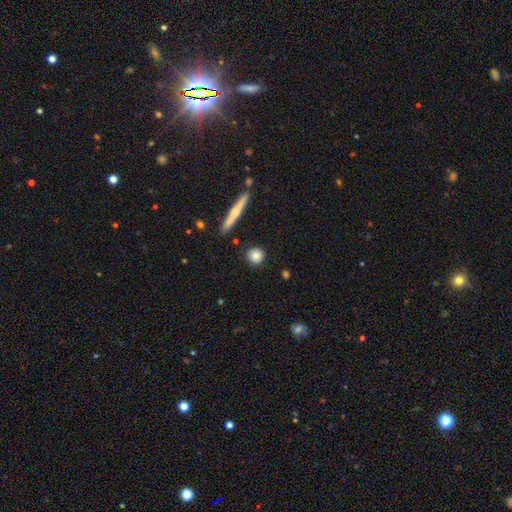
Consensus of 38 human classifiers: Smooth or featured?
  - smooth: 79% *
  - featured or disk: 16%
  - star or artifact: 5%
How rounded?
  - round: 93% *
  - cigar-shaped: 7%
  - in between: 0%
Merging?
  - none: 89% *
  - minor disturbance: 8%
  - major disturbance: 3%
  - merger: 0%